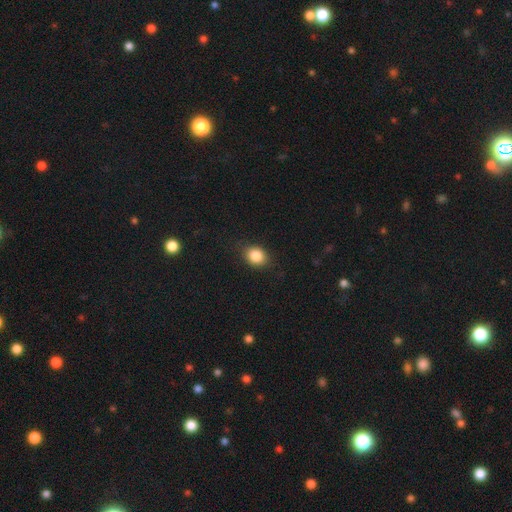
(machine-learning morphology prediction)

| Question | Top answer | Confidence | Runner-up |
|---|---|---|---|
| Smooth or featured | smooth | 86% | star or artifact (9%) |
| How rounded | round | 50% | in between (49%) |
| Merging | none | 85% | minor disturbance (12%) |